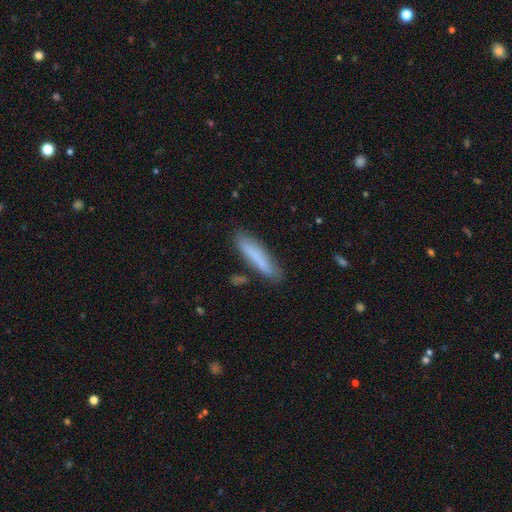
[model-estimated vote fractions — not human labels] A smooth galaxy with no disk features (78%) that is cigar-shaped (86%). Merging: none (82%).